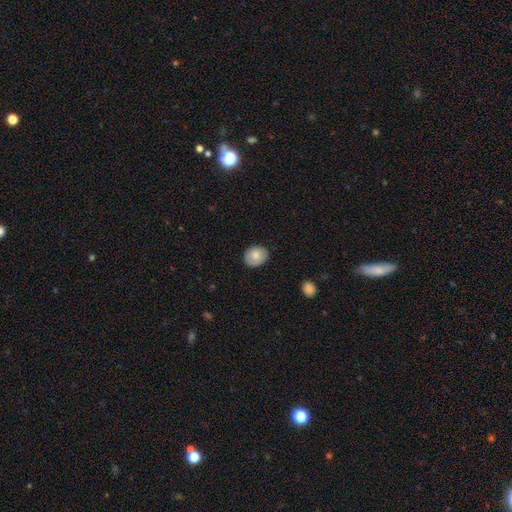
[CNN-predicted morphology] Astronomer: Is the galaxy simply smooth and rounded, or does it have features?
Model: smooth — 81%.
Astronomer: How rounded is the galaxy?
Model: round — 60% (runner-up: in between, 39%).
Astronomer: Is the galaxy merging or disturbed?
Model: none — 86%.